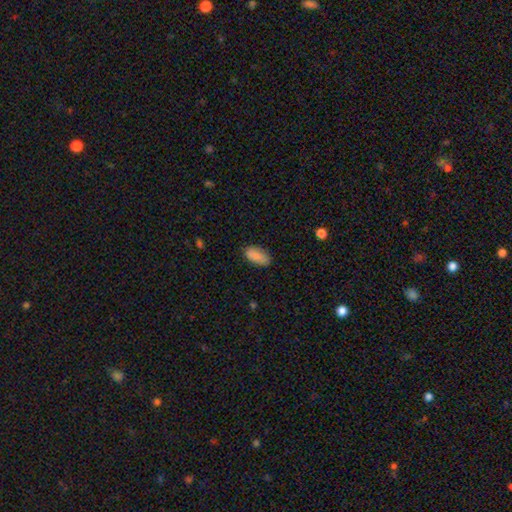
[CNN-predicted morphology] smooth-or-featured: smooth: 86% | featured or disk: 8% | star or artifact: 7%
  how-rounded: in between: 93% | cigar-shaped: 5% | round: 3%
  merging: none: 81% | minor disturbance: 15% | major disturbance: 3% | merger: 1%